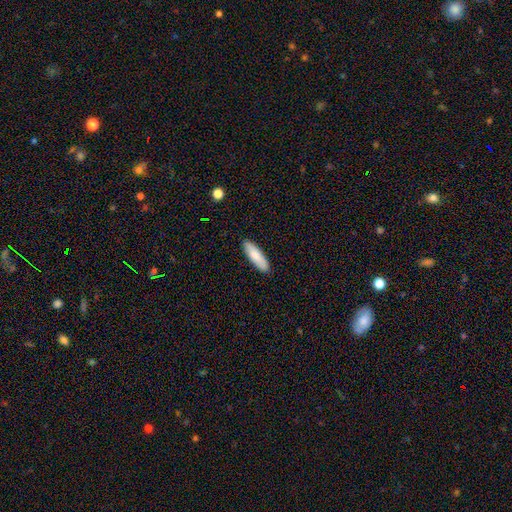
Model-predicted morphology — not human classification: The model was most divided on "how rounded": cigar-shaped: 54%, in between: 44%, round: 2%. More confident: merging — none (89%); smooth or featured — smooth (83%).